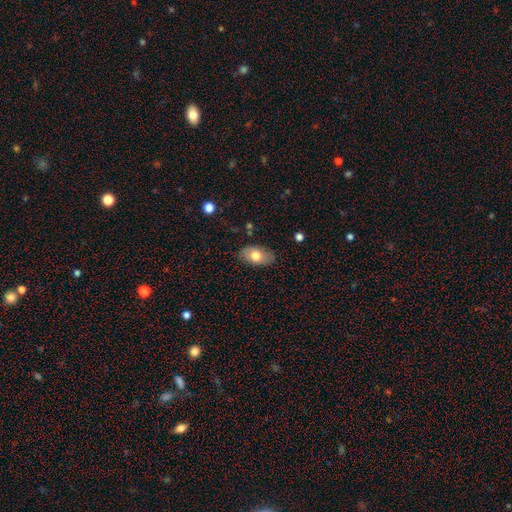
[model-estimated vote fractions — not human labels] smooth 71%, featured or disk 23%, star or artifact 7%. Down the decision tree: how rounded — in between (91%); merging — none (82%).